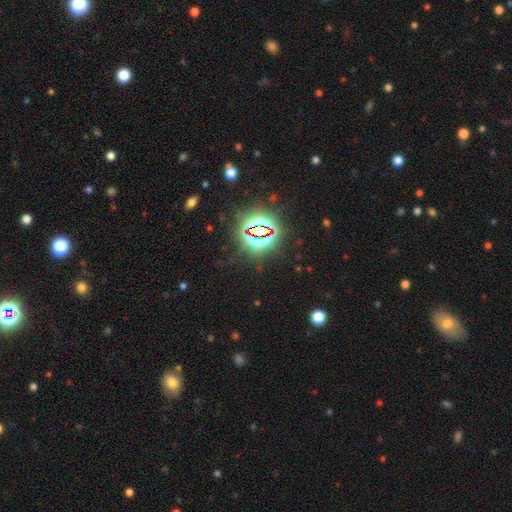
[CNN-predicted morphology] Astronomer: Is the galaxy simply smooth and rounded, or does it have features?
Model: star or artifact — 82%.